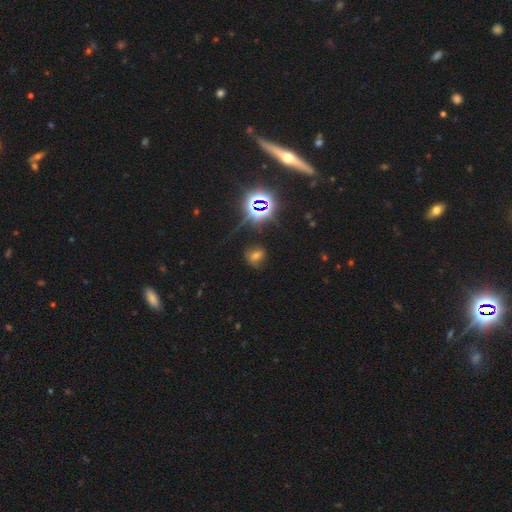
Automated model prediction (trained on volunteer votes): The model was most divided on "smooth or featured": star or artifact: 47%, smooth: 38%, featured or disk: 15%.